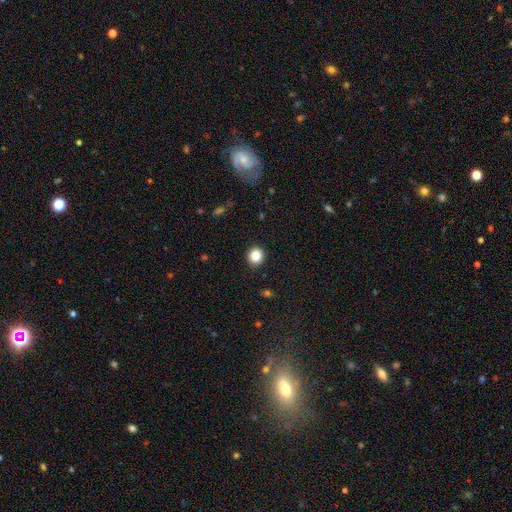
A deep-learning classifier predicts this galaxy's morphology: type=smooth (85%); roundness=round (90%); merging=none (92%).